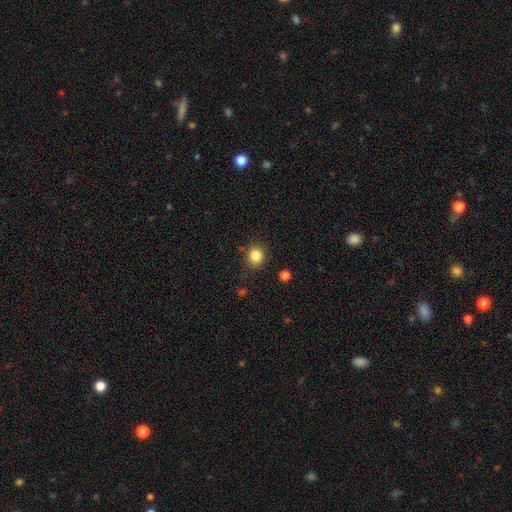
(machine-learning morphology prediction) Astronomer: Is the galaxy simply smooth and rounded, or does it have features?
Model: smooth — 84%.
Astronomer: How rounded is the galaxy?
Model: round — 84%.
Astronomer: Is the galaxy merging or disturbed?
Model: none — 84%.